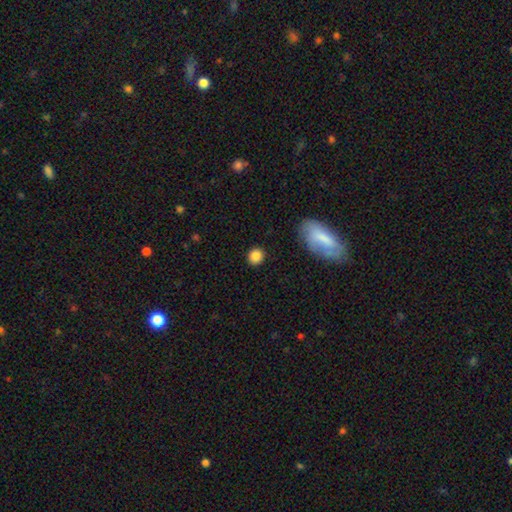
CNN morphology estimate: type=smooth (85%); roundness=round (79%); merging=none (88%).